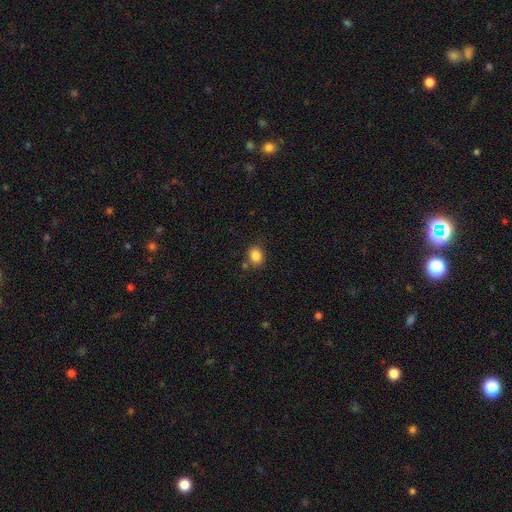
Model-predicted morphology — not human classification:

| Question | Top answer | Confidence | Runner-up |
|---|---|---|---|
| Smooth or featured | smooth | 84% | star or artifact (10%) |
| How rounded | round | 60% | in between (40%) |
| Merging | none | 77% | minor disturbance (13%) |